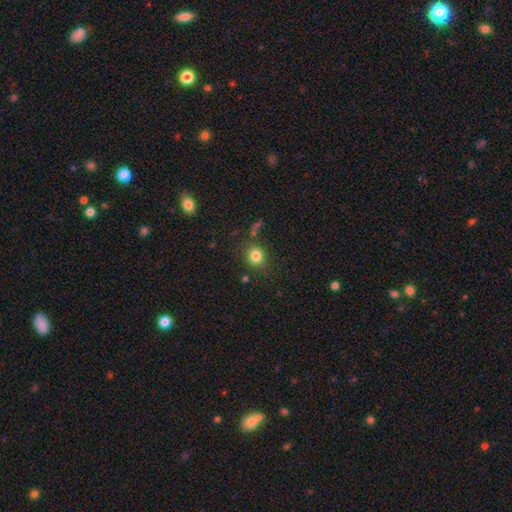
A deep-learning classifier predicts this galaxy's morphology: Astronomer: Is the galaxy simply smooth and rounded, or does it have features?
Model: smooth — 82%.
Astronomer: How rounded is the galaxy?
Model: round — 75%.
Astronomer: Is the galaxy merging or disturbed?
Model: none — 80%.